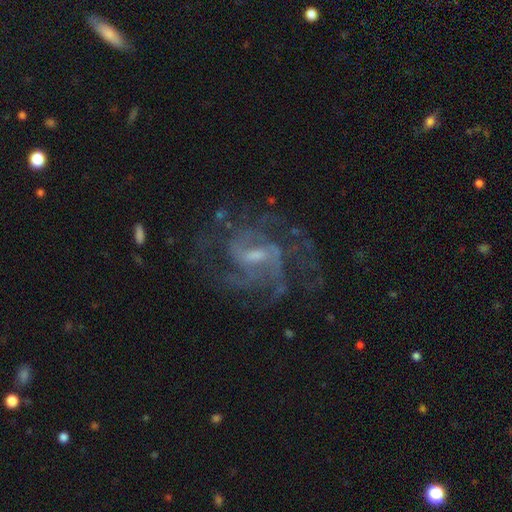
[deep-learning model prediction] Overall: featured or disk (89%). Edge-on disk: no (97%). Bar: weak (60%; strong 20%). Spiral arms: yes (96%). Spiral arm count: 3 (28%; 2 26%). Spiral winding: medium (52%; tight 33%). Bulge size: small (47%; moderate 37%). Merging: none (66%).